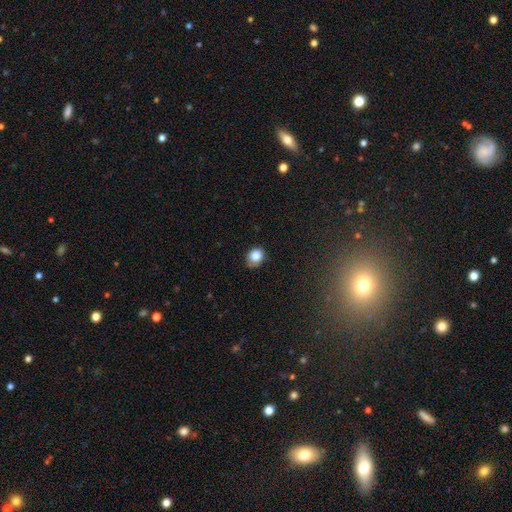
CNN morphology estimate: The model was most divided on "how rounded": round: 61%, in between: 38%, cigar-shaped: 1%. More confident: smooth or featured — smooth (83%); merging — none (76%).